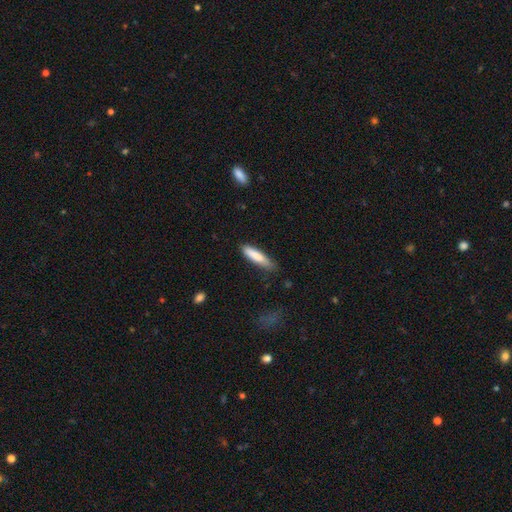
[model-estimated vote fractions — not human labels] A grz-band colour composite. It shows a smooth galaxy with no disk features (81%) that is cigar-shaped (76%). Merging: none (74%).